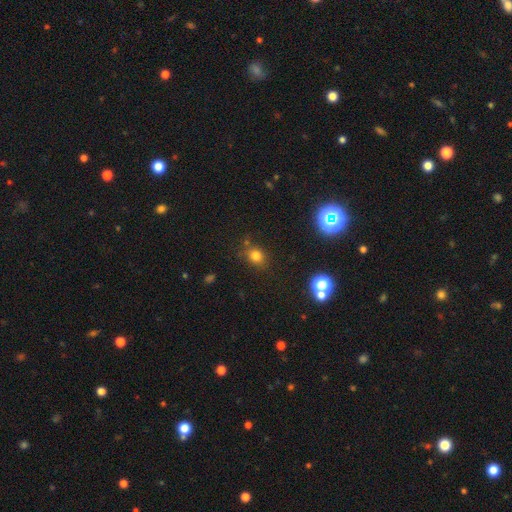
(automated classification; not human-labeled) smooth_or_featured: smooth (p=0.75) [alt: star or artifact p=0.18]
how_rounded: round (p=0.64) [alt: in between p=0.35]
merging: none (p=0.76) [alt: minor disturbance p=0.14]